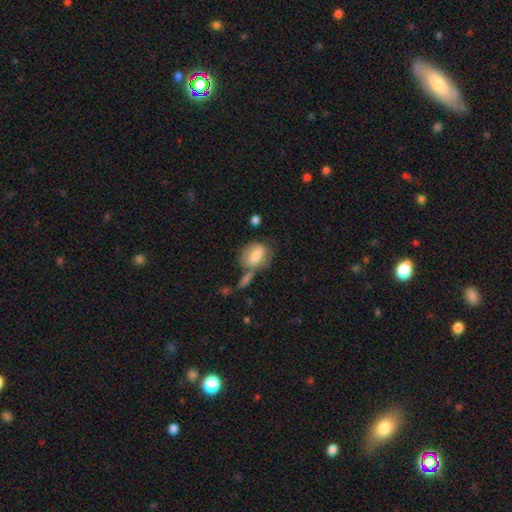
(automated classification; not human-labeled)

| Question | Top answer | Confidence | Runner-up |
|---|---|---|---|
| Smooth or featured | smooth | 67% | featured or disk (26%) |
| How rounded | in between | 71% | round (26%) |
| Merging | none | 40% | merger (27%) |